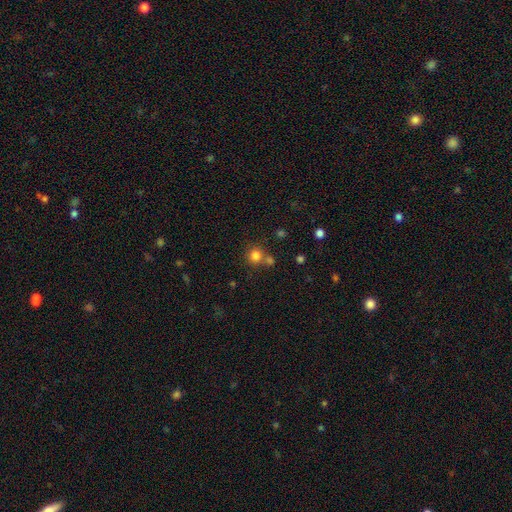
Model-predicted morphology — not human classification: Overall: smooth (81%). How rounded: round (91%). Merging: none (66%).